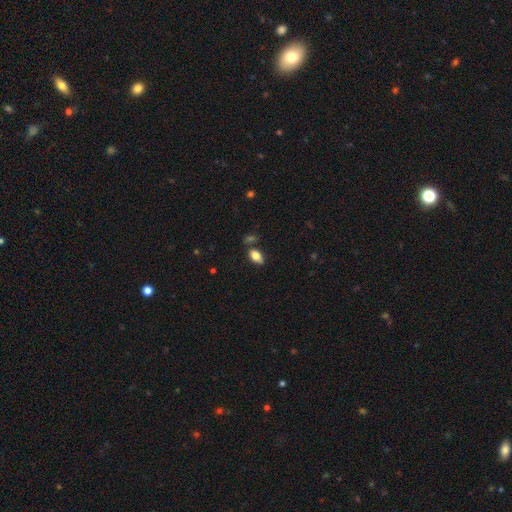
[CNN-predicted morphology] The model was most divided on "merging": none: 74%, minor disturbance: 14%, merger: 9%, major disturbance: 3%. More confident: how rounded — in between (90%); smooth or featured — smooth (79%).